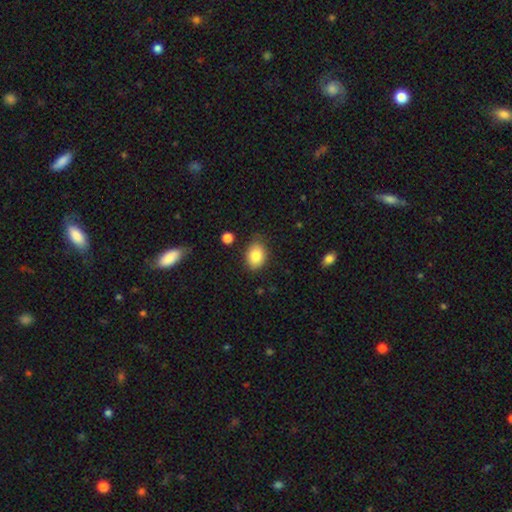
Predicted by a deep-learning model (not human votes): Overall: smooth (84%). How rounded: in between (72%). Merging: none (77%).